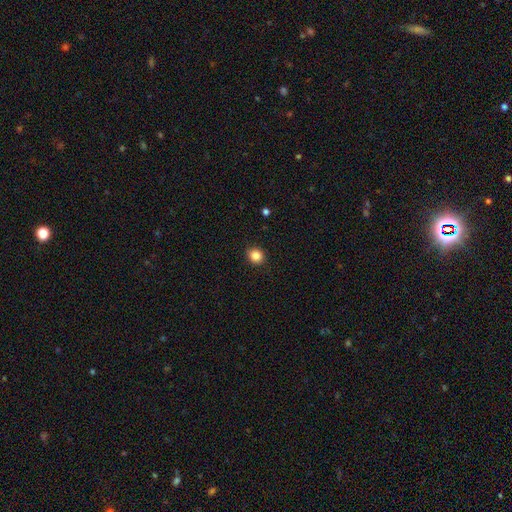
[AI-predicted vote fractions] Smooth or featured?
  - smooth: 85% *
  - star or artifact: 11%
  - featured or disk: 4%
How rounded?
  - round: 79% *
  - in between: 20%
  - cigar-shaped: 1%
Merging?
  - none: 91% *
  - minor disturbance: 6%
  - major disturbance: 2%
  - merger: 1%